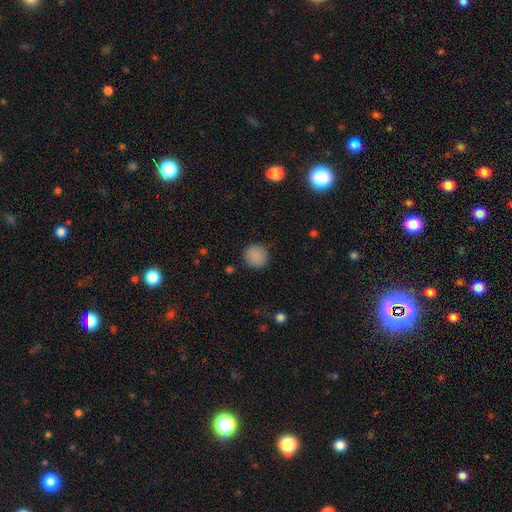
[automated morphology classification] Smooth or featured? smooth (87%)
How rounded? round (89%)
Merging? none (88%)